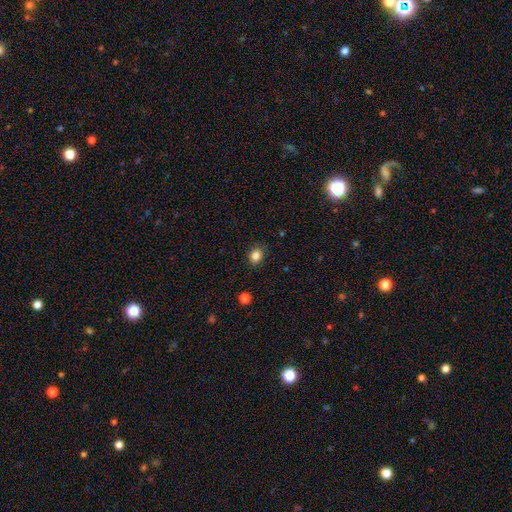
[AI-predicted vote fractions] Smooth or featured? Predicted: smooth (p=0.85). How rounded? Predicted: round (p=0.59). Merging? Predicted: none (p=0.87).